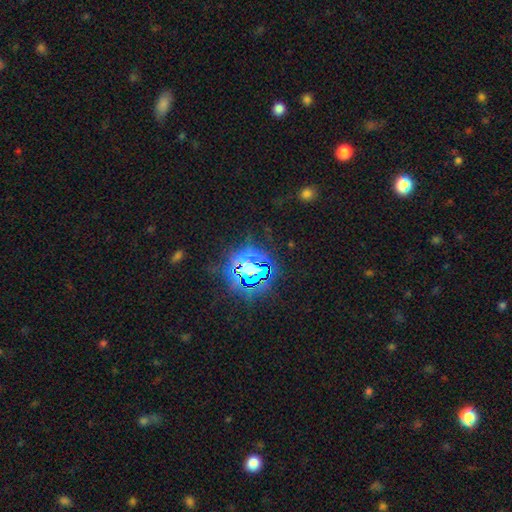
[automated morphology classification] star or artifact 78%, smooth 13%, featured or disk 9%.